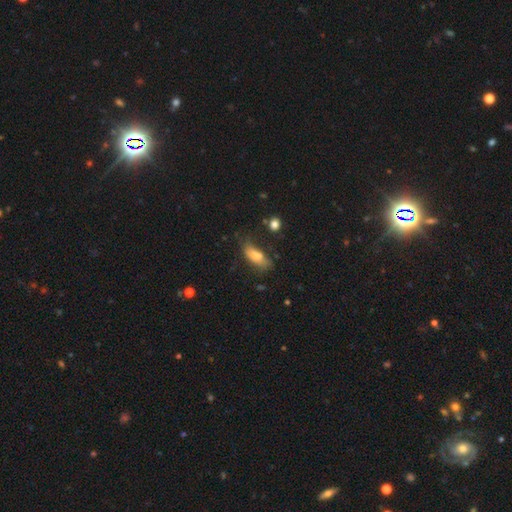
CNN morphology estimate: Smooth or featured? Predicted: smooth (p=0.73). How rounded? Predicted: in between (p=0.76). Merging? Predicted: none (p=0.51).